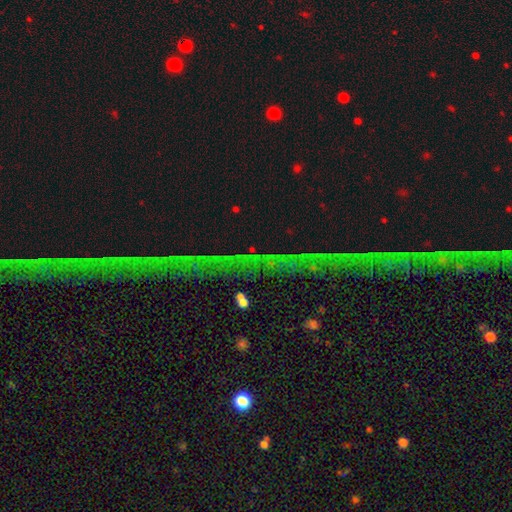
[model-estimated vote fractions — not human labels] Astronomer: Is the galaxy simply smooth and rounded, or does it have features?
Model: star or artifact — 75%.